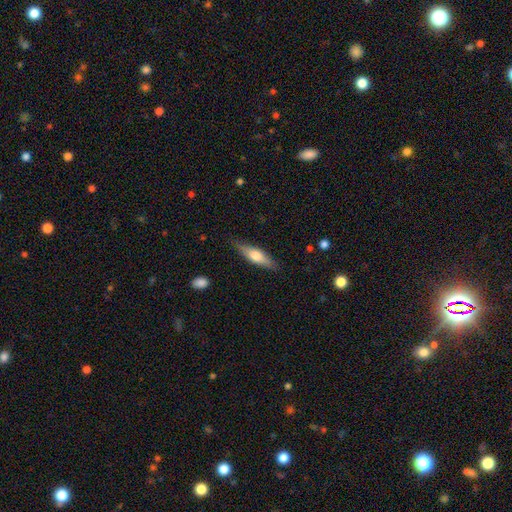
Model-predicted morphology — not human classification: Q: Smooth or featured?
A: smooth (53%); runner-up: featured or disk (41%)
Q: How rounded?
A: cigar-shaped (64%); runner-up: in between (34%)
Q: Merging?
A: none (84%); runner-up: minor disturbance (12%)